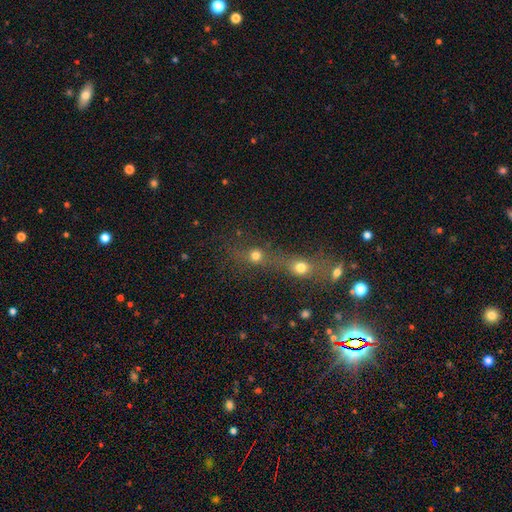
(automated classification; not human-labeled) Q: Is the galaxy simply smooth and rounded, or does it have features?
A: smooth — 69%.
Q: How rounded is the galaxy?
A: round — 83%.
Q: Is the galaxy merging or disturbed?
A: merger — 50%.